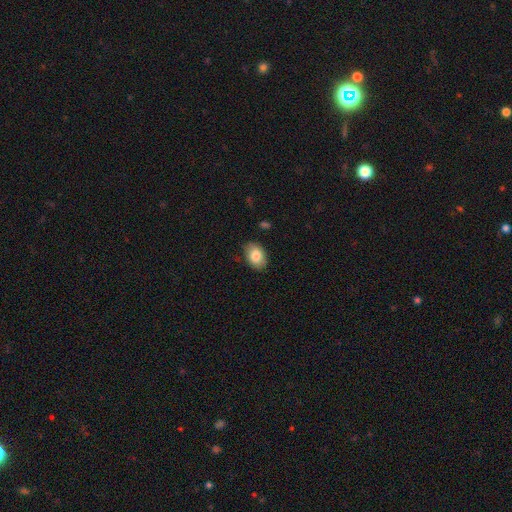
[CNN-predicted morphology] Q: Smooth or featured?
A: smooth (84%); runner-up: featured or disk (9%)
Q: How rounded?
A: in between (82%); runner-up: round (17%)
Q: Merging?
A: none (81%); runner-up: minor disturbance (15%)